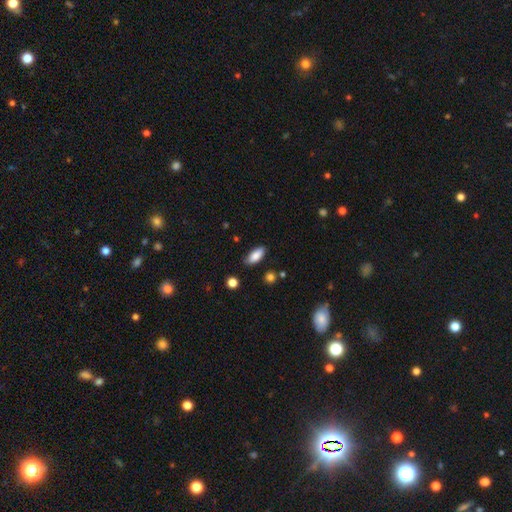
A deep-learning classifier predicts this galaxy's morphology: Overall: smooth (85%). How rounded: in between (80%). Merging: none (81%).